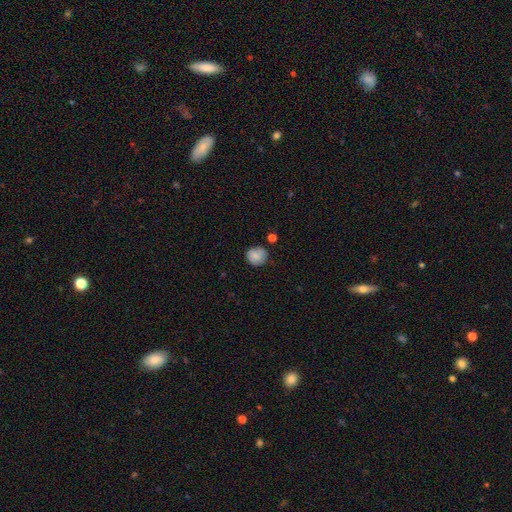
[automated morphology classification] Smooth or featured? Predicted: smooth (p=0.81). How rounded? Predicted: round (p=0.81). Merging? Predicted: none (p=0.70).